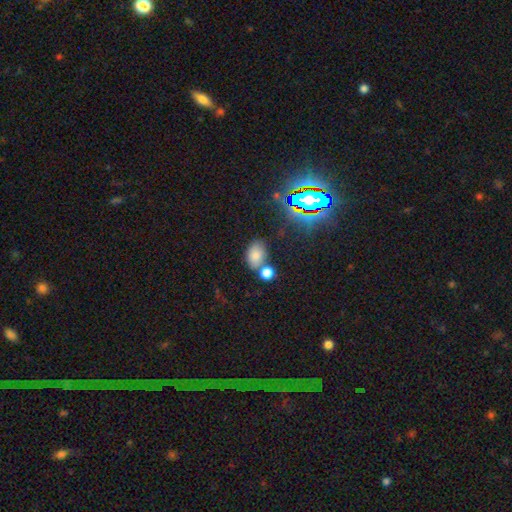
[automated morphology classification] smooth 74%, star or artifact 17%, featured or disk 9%. Down the decision tree: how rounded — in between (82%); merging — none (64%).